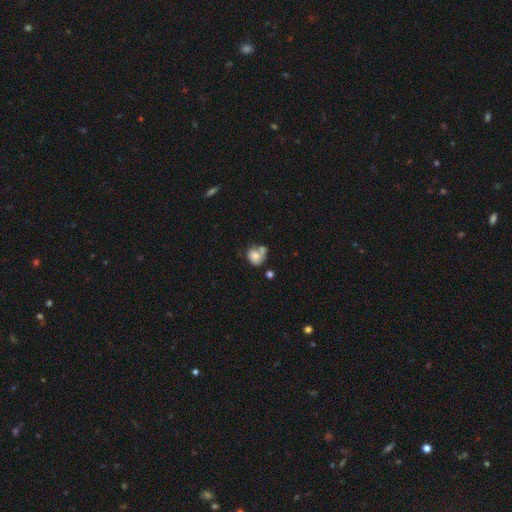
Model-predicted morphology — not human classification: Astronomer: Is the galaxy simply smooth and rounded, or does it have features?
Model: smooth — 72%.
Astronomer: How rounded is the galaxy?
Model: round — 65%.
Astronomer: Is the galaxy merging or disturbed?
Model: merger — 37% (runner-up: none, 33%).